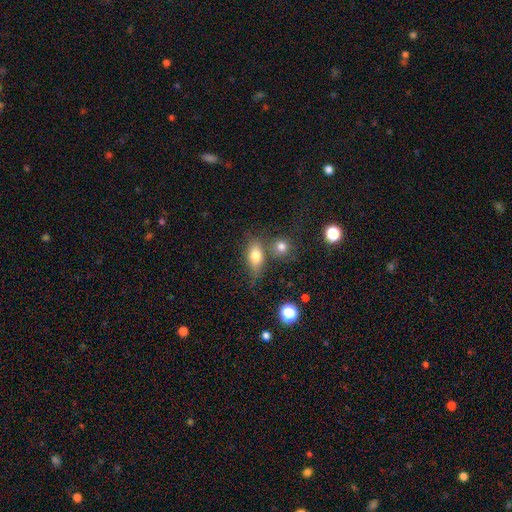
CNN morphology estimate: type=smooth (76%); roundness=in between (77%); merging=none (51%).